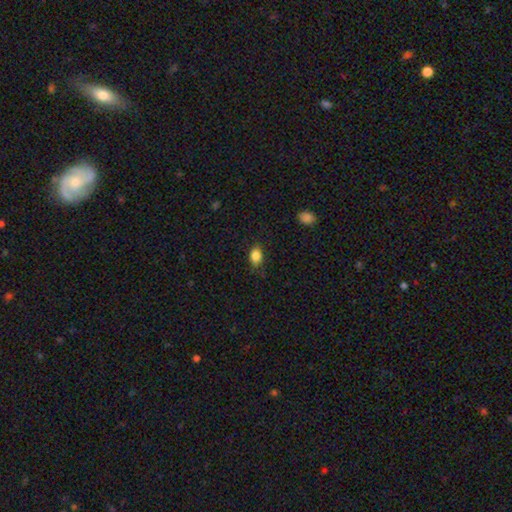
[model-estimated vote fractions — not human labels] This appears to be a smooth galaxy with no disk features (86%) that is in between round and cigar-shaped (78%). Merging: none (79%).